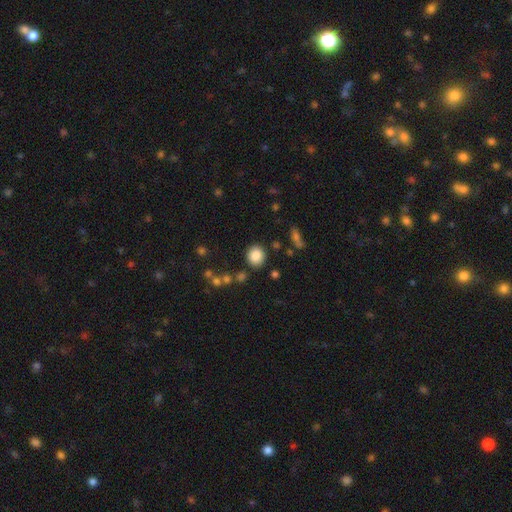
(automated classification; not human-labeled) A smooth galaxy with no disk features (85%) that is round (78%). Merging: none (86%).